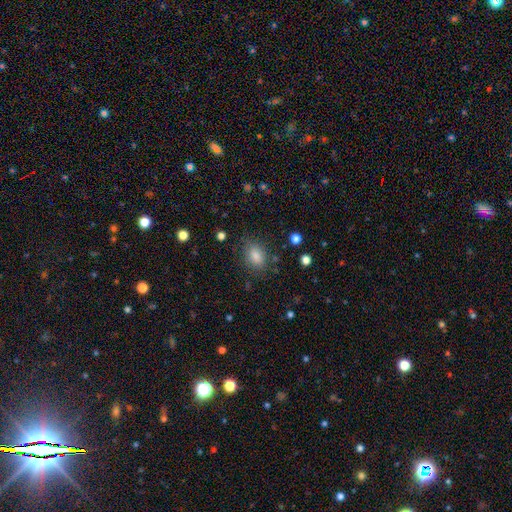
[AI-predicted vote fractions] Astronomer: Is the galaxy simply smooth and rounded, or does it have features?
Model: smooth — 81%.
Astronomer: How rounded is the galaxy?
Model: in between — 75%.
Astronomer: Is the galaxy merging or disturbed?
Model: none — 81%.